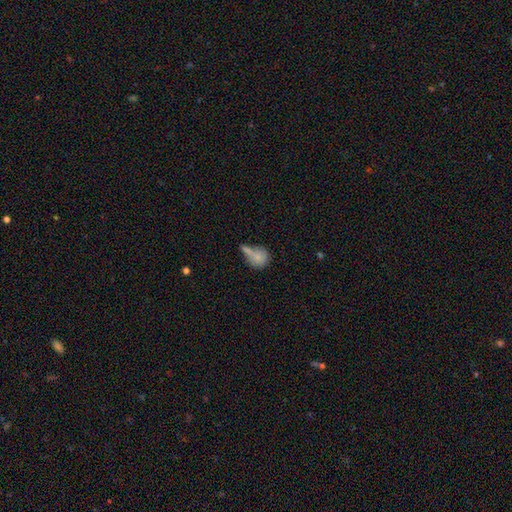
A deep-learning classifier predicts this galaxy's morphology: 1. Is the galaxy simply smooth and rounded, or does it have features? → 74% smooth, 16% featured or disk, 10% star or artifact.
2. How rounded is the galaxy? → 64% round, 33% in between, 3% cigar-shaped.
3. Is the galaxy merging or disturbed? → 37% merger, 33% none, 18% minor disturbance, 12% major disturbance.